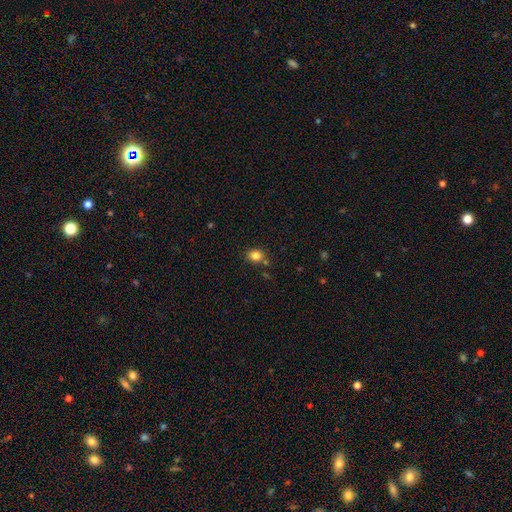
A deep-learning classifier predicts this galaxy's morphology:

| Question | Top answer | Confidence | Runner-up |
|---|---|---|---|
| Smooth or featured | smooth | 83% | star or artifact (12%) |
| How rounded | round | 64% | in between (35%) |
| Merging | none | 77% | minor disturbance (12%) |